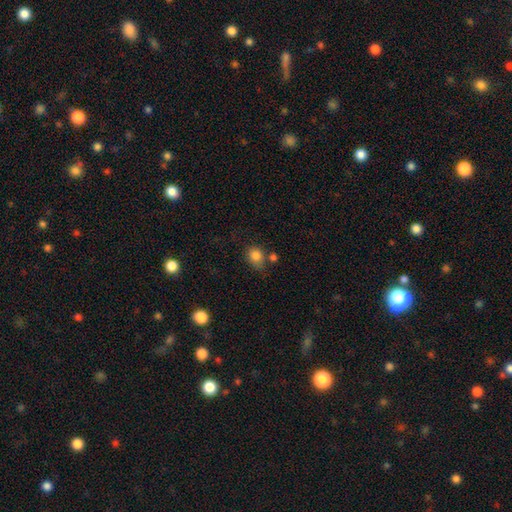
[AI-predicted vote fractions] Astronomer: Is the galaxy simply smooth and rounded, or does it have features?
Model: smooth — 83%.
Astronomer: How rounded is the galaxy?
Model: round — 69%.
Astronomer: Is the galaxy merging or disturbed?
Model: none — 62%.